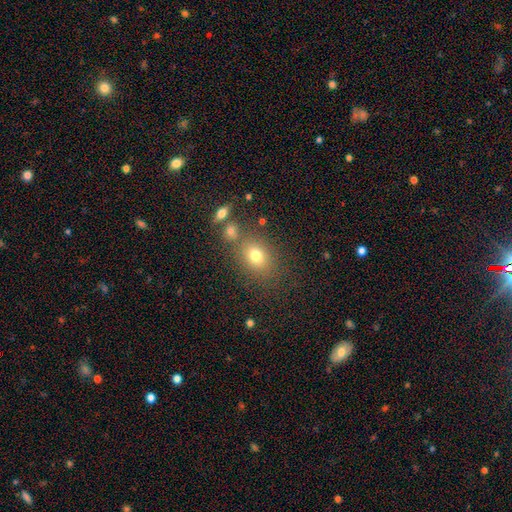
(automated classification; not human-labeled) Smooth or featured?
  - smooth: 73% *
  - star or artifact: 15%
  - featured or disk: 12%
How rounded?
  - in between: 55% *
  - round: 44%
  - cigar-shaped: 1%
Merging?
  - none: 72% *
  - minor disturbance: 12%
  - merger: 11%
  - major disturbance: 5%